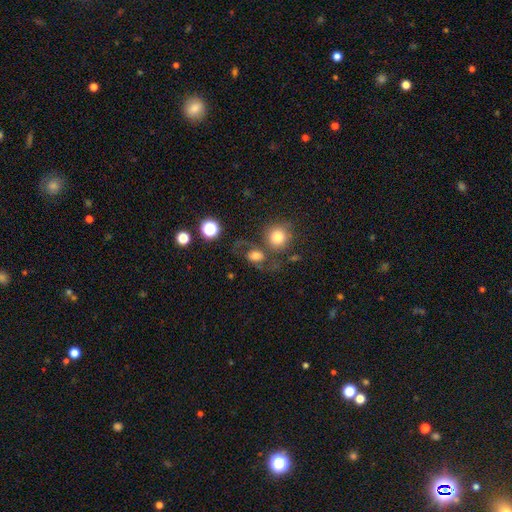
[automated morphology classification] This is possibly a smooth galaxy (57%). How rounded: possibly round (51%). Merging: possibly none (46%).